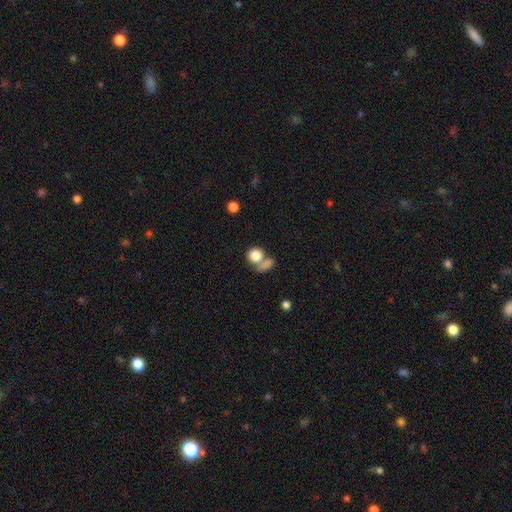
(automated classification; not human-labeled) A smooth galaxy with no disk features (83%) that is round (77%). Merging: merger (43%).